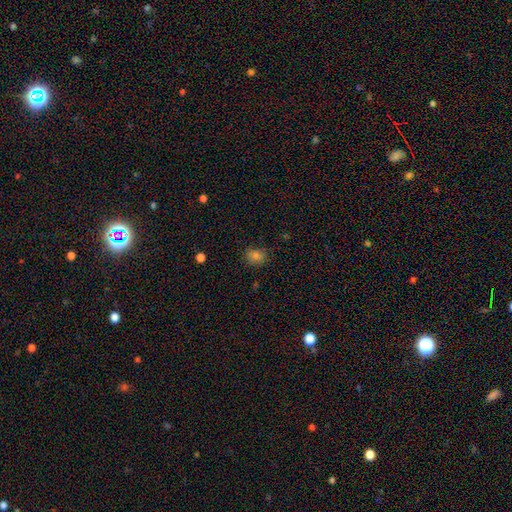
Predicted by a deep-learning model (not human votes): Smooth or featured?
  - smooth: 75% *
  - star or artifact: 17%
  - featured or disk: 8%
How rounded?
  - round: 58% *
  - in between: 41%
  - cigar-shaped: 1%
Merging?
  - none: 78% *
  - minor disturbance: 17%
  - major disturbance: 4%
  - merger: 2%